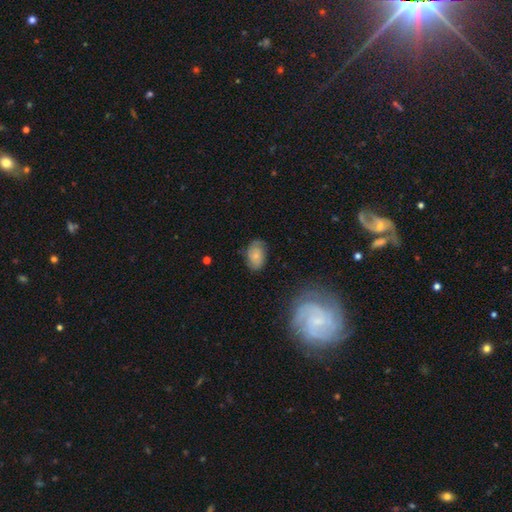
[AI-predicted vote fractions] Q: Smooth or featured?
A: smooth (67%); runner-up: featured or disk (25%)
Q: How rounded?
A: in between (88%); runner-up: round (10%)
Q: Merging?
A: none (66%); runner-up: minor disturbance (24%)